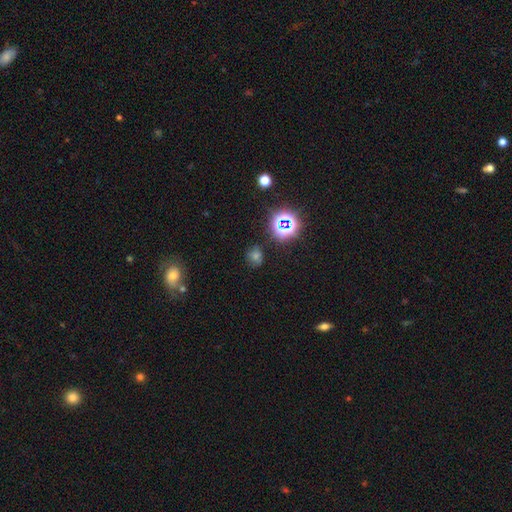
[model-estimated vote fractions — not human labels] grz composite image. It shows a star or artifact, not a galaxy (45%, tied with smooth).